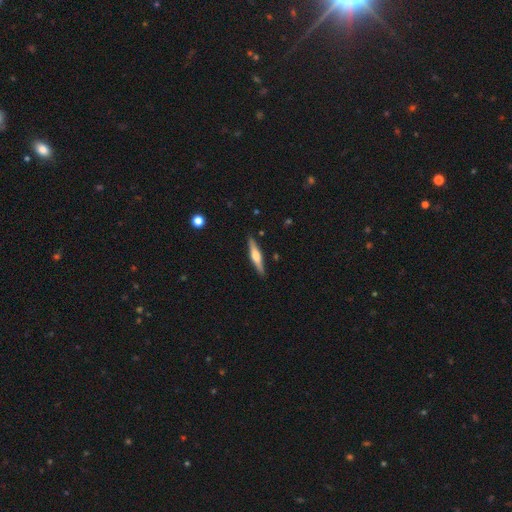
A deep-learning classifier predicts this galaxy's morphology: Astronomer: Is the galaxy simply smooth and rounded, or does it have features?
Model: featured or disk — 62%.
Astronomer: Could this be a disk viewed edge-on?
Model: yes — 97%.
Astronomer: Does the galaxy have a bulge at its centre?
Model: rounded — 84%.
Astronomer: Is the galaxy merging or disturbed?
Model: none — 89%.